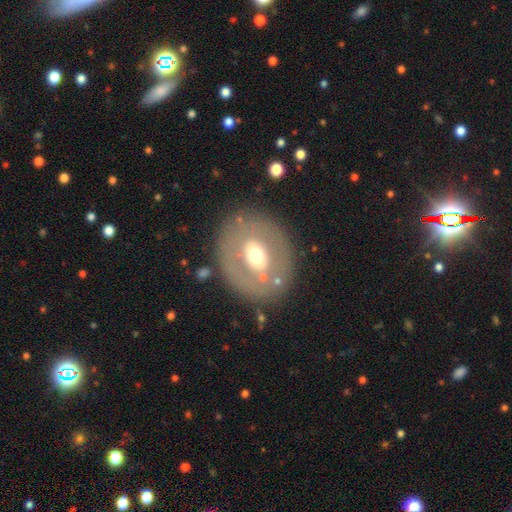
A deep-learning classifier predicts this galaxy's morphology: type=featured or disk (48%); merging=none (80%).